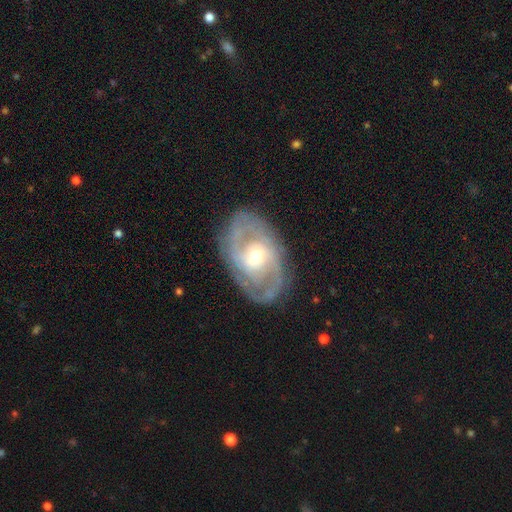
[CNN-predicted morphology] Q: Smooth or featured?
A: featured or disk (83%); runner-up: smooth (11%)
Q: Edge-on disk?
A: no (95%); runner-up: yes (5%)
Q: Bar?
A: no (52%); runner-up: weak (36%)
Q: Spiral arms?
A: yes (91%); runner-up: no (9%)
Q: Spiral winding?
A: tight (52%); runner-up: medium (37%)
Q: Spiral arm count?
A: 2 (55%); runner-up: can't tell (22%)
Q: Bulge size?
A: moderate (54%); runner-up: small (41%)
Q: Merging?
A: none (80%); runner-up: minor disturbance (14%)